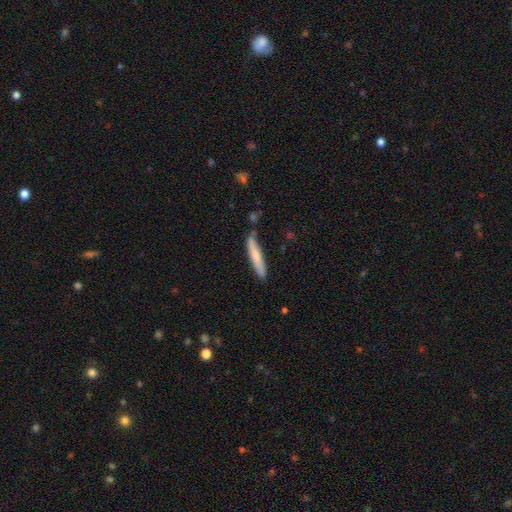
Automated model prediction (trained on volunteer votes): Morphology: type=smooth (70%); roundness=cigar-shaped (92%); merging=none (72%).